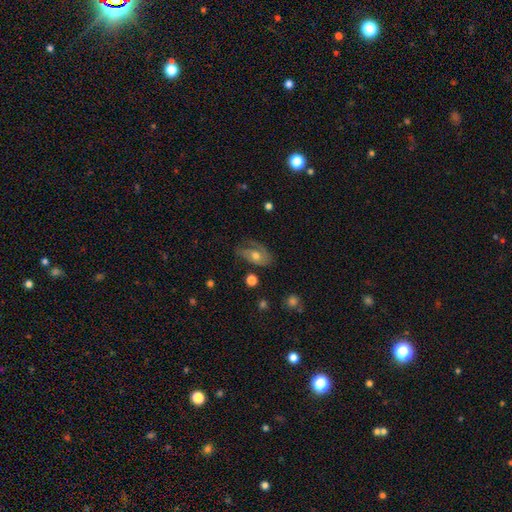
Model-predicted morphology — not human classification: type=featured or disk (58%); edge-on=no (93%); bar=no (71%); spiral arms=yes (77%); bulge=moderate (68%); merging=none (50%).